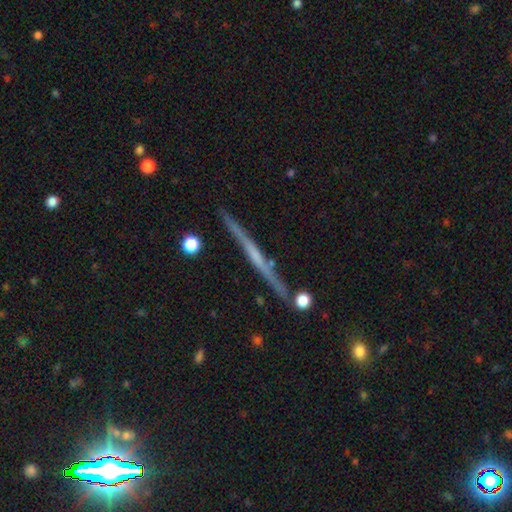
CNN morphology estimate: smooth_or_featured: featured or disk (p=0.73) [alt: smooth p=0.18]
disk_edge_on: yes (p=0.97) [alt: no p=0.03]
edge_on_bulge: none (p=0.56) [alt: rounded p=0.34]
merging: none (p=0.87) [alt: minor disturbance p=0.08]